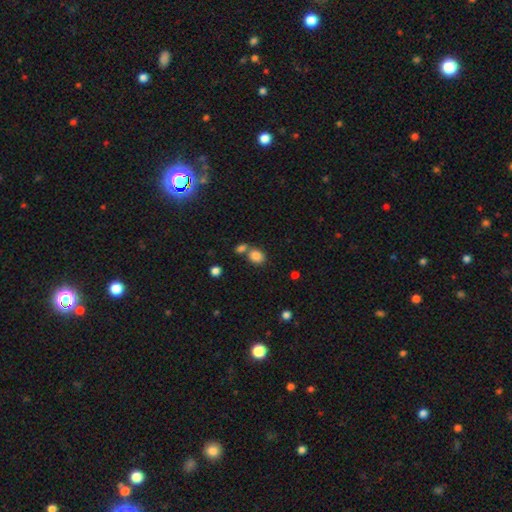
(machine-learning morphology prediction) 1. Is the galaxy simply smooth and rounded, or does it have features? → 85% smooth, 10% star or artifact, 5% featured or disk.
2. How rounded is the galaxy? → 51% in between, 47% round, 1% cigar-shaped.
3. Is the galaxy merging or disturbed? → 51% none, 35% merger, 10% minor disturbance, 4% major disturbance.